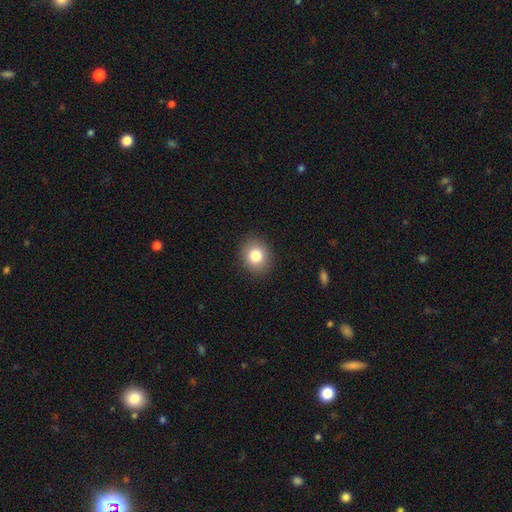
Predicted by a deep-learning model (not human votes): smooth-or-featured: smooth: 81% | star or artifact: 10% | featured or disk: 9%
  how-rounded: round: 75% | in between: 24% | cigar-shaped: 1%
  merging: none: 90% | minor disturbance: 7% | major disturbance: 2% | merger: 1%